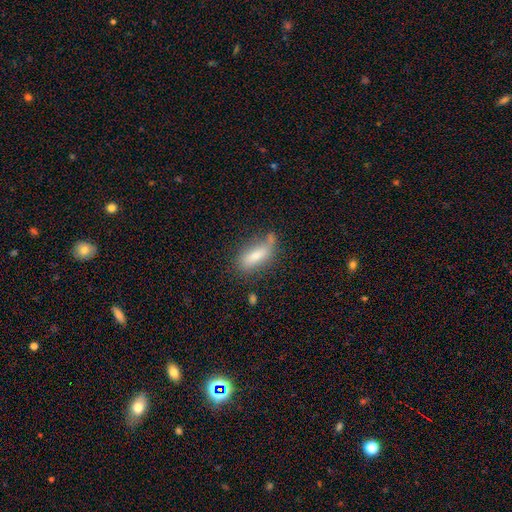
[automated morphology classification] The model was most divided on "merging": none: 49%, minor disturbance: 27%, major disturbance: 14%, merger: 10%. More confident: how rounded — in between (71%); smooth or featured — smooth (69%).